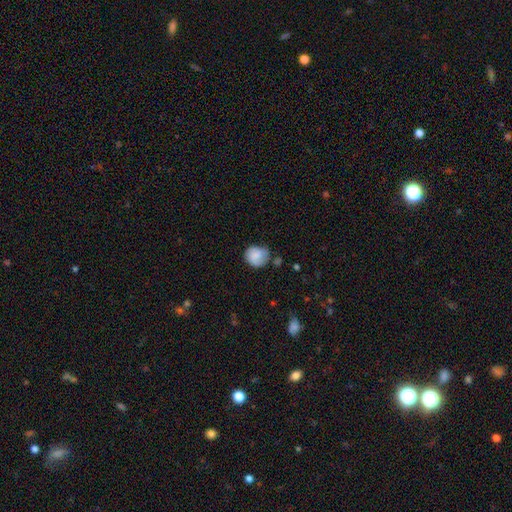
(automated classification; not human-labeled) A smooth galaxy with no disk features (75%) that is round (75%).

Vote fractions:
- Smooth or featured? smooth: 75% / featured or disk: 17% / star or artifact: 8%
- How rounded? round: 75% / in between: 24% / cigar-shaped: 1%
- Merging? none: 55% / minor disturbance: 31% / major disturbance: 9% / merger: 4%